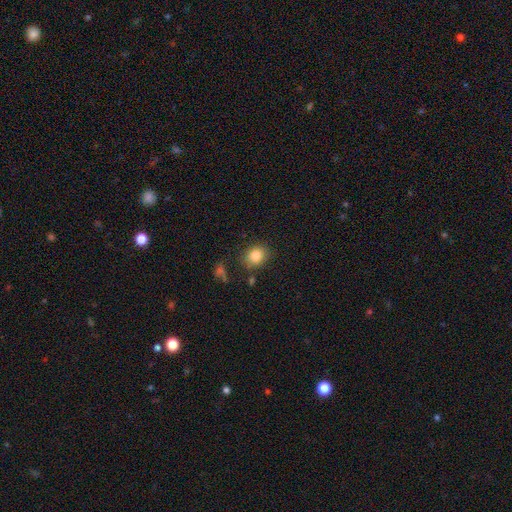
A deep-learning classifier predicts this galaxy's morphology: smooth-or-featured: smooth: 83% | star or artifact: 10% | featured or disk: 7%
  how-rounded: round: 60% | in between: 39% | cigar-shaped: 1%
  merging: none: 82% | minor disturbance: 12% | merger: 3% | major disturbance: 3%